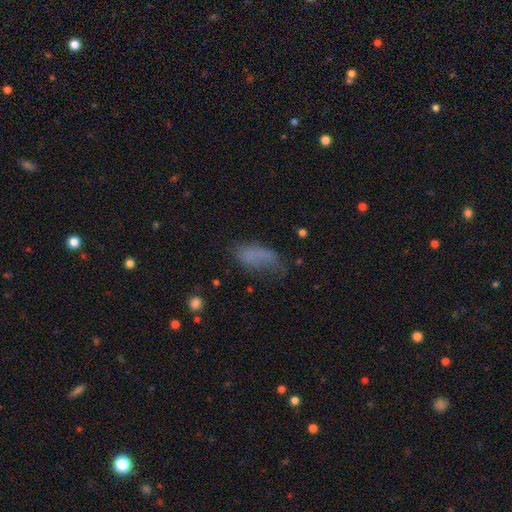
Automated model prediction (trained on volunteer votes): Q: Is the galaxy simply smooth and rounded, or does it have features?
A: smooth — 70%.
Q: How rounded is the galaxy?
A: in between — 84%.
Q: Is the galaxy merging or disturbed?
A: none — 42%.